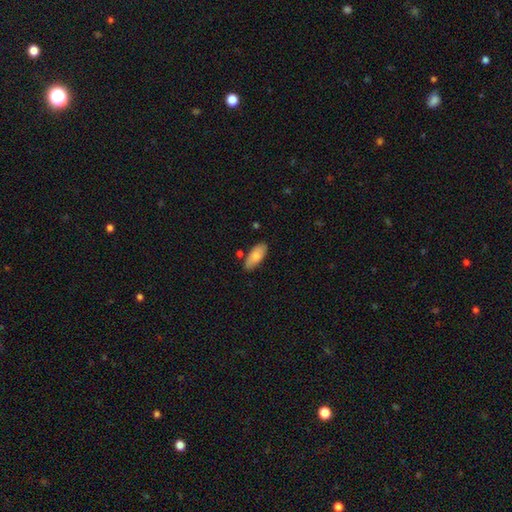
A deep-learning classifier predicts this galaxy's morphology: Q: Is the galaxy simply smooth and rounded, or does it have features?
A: smooth — 79%.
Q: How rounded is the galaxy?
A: in between — 87%.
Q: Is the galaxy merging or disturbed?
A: none — 77%.